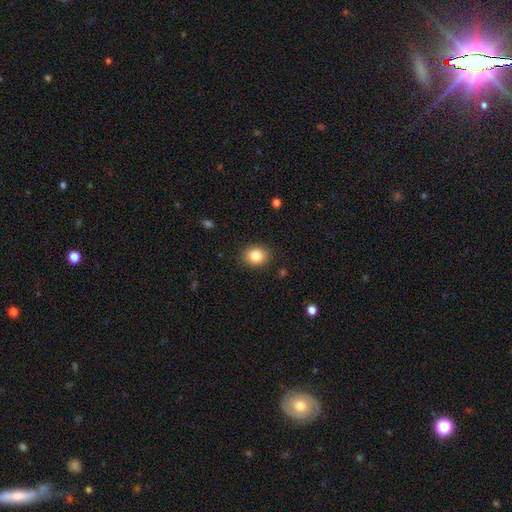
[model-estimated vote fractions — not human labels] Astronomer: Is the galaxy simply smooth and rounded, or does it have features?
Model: smooth — 85%.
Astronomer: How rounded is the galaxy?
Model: round — 62%.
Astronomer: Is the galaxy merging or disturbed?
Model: none — 88%.